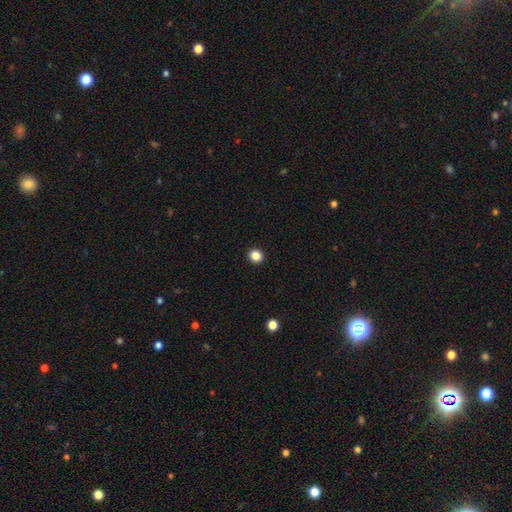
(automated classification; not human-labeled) Smooth or featured?
  - smooth: 86% *
  - star or artifact: 11%
  - featured or disk: 3%
How rounded?
  - round: 87% *
  - in between: 12%
  - cigar-shaped: 1%
Merging?
  - none: 94% *
  - minor disturbance: 4%
  - major disturbance: 1%
  - merger: 1%